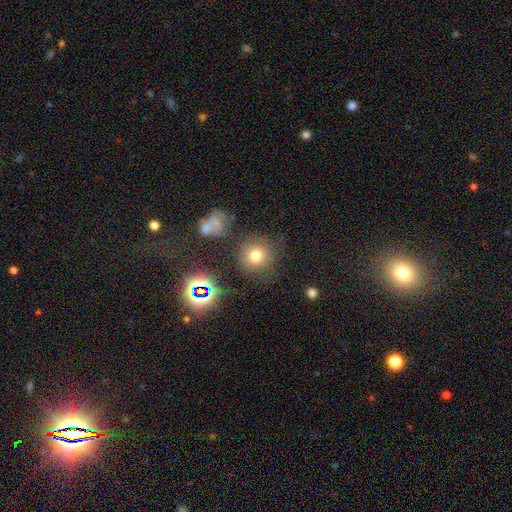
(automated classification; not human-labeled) Q: Smooth or featured?
A: smooth (70%); runner-up: star or artifact (19%)
Q: How rounded?
A: round (90%); runner-up: in between (9%)
Q: Merging?
A: none (77%); runner-up: minor disturbance (11%)